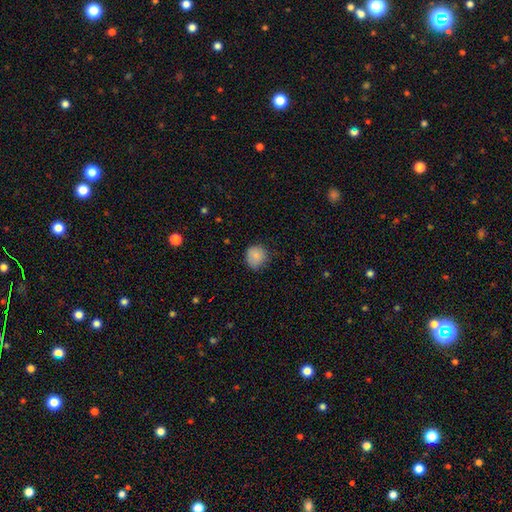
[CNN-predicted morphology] Overall: smooth (85%). How rounded: round (88%). Merging: none (76%).